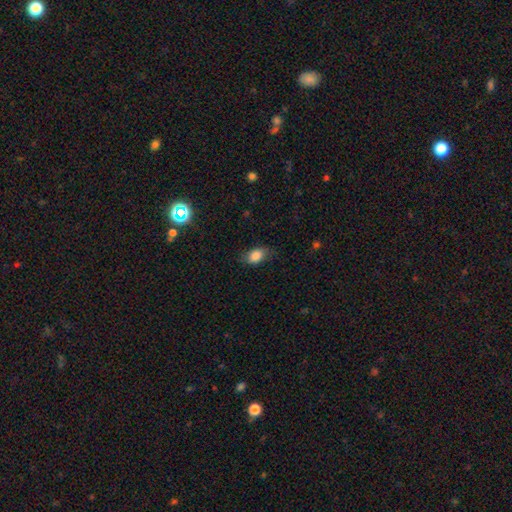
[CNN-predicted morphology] This appears to be a smooth galaxy with no disk features (85%) that is in between round and cigar-shaped (83%). Merging: none (75%).